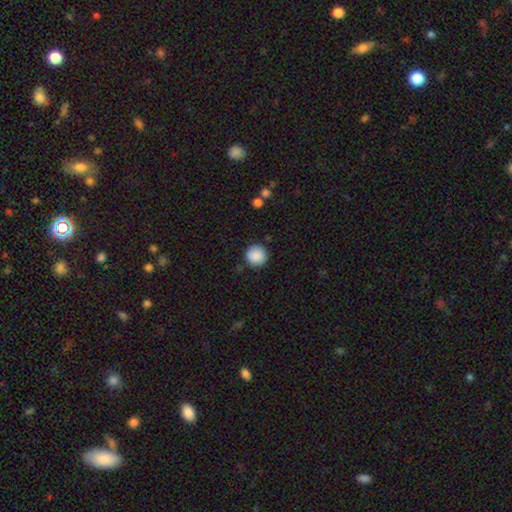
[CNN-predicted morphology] Smooth or featured: smooth — 88% (star or artifact — 8%)
How rounded: round — 95% (in between — 4%)
Merging: none — 87% (minor disturbance — 9%)